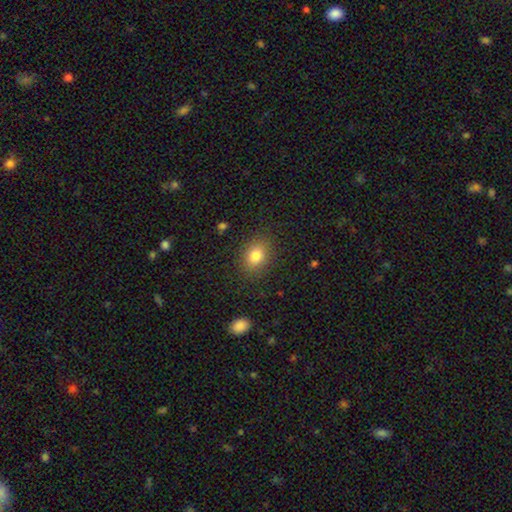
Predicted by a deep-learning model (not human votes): Smooth or featured: smooth — 81% (star or artifact — 11%)
How rounded: in between — 60% (round — 38%)
Merging: none — 86% (minor disturbance — 10%)